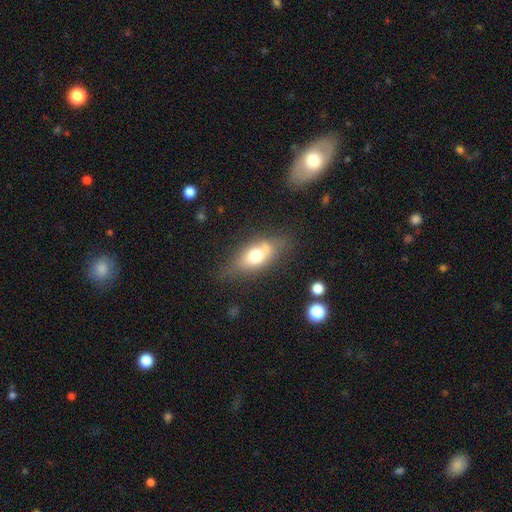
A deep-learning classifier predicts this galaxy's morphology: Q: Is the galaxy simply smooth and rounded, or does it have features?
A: smooth — 61%.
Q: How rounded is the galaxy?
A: in between — 78%.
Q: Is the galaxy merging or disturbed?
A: none — 59%.